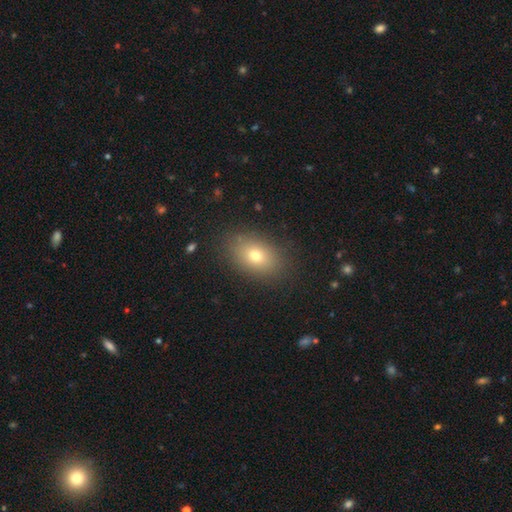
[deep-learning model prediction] Morphology: type=smooth (74%); roundness=in between (80%); merging=none (86%).